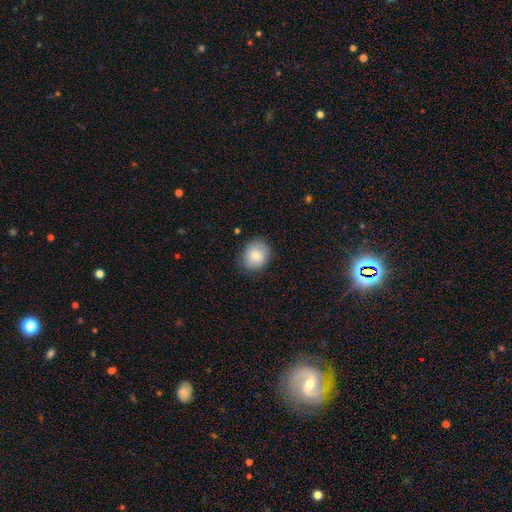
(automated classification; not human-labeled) Morphology: type=smooth (76%); roundness=round (74%); merging=none (81%).